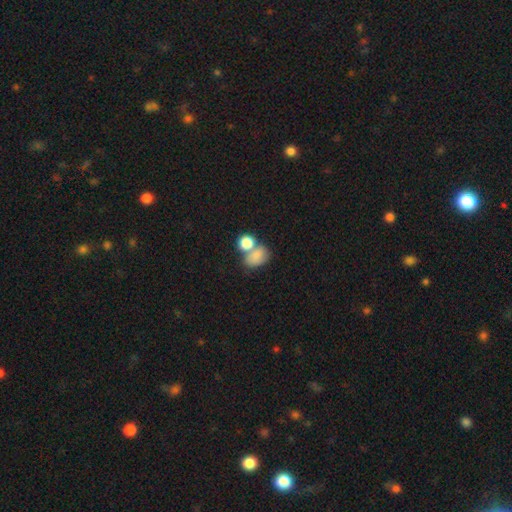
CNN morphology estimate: smooth 78%, featured or disk 12%, star or artifact 11%. Down the decision tree: how rounded — in between (67%); merging — merger (47%).